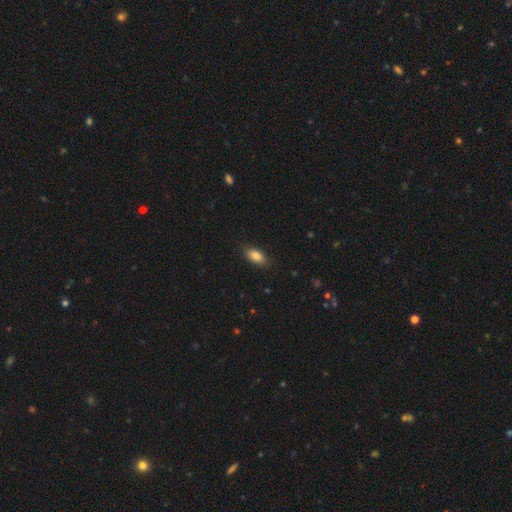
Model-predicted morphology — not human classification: A smooth galaxy with no disk features (85%) that is in between round and cigar-shaped (90%).

Vote fractions:
- Smooth or featured? smooth: 85% / star or artifact: 8% / featured or disk: 7%
- How rounded? in between: 90% / cigar-shaped: 6% / round: 4%
- Merging? none: 85% / minor disturbance: 12% / major disturbance: 3% / merger: 1%